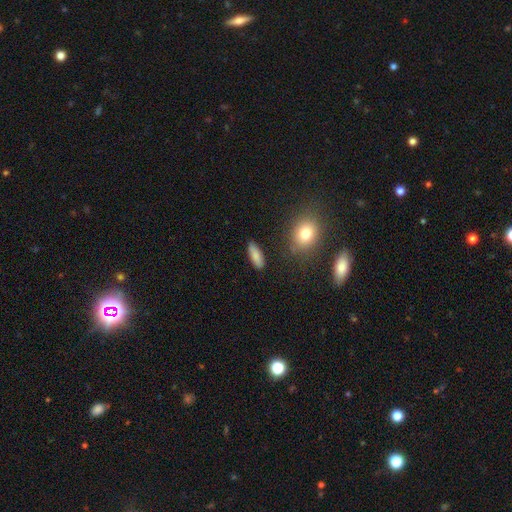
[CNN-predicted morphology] Q: Smooth or featured?
A: smooth (83%); runner-up: featured or disk (9%)
Q: How rounded?
A: in between (62%); runner-up: cigar-shaped (35%)
Q: Merging?
A: none (85%); runner-up: minor disturbance (10%)